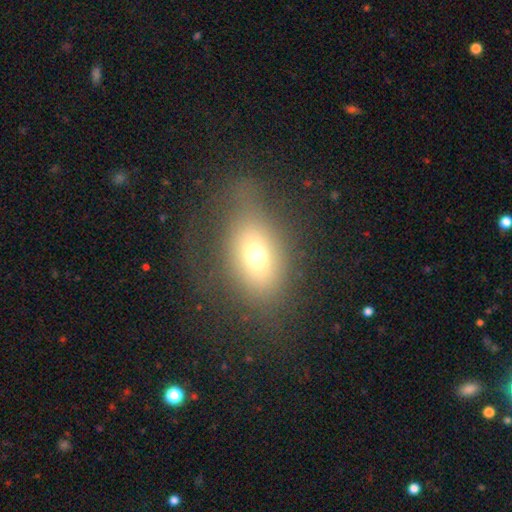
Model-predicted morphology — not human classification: Smooth or featured? smooth (62%)
How rounded? in between (75%)
Merging? none (56%)